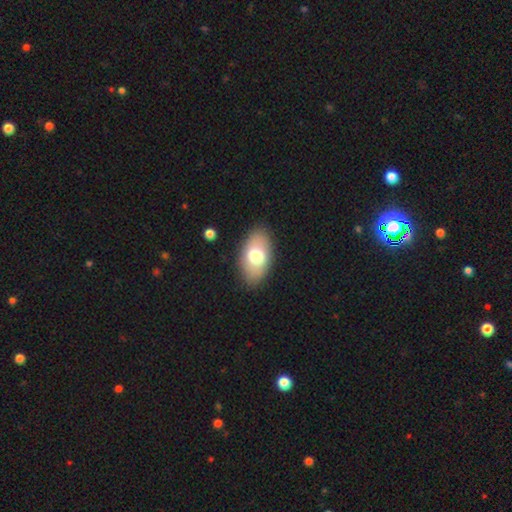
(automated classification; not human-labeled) Smooth or featured? Predicted: smooth (p=0.70). How rounded? Predicted: in between (p=0.92). Merging? Predicted: none (p=0.86).